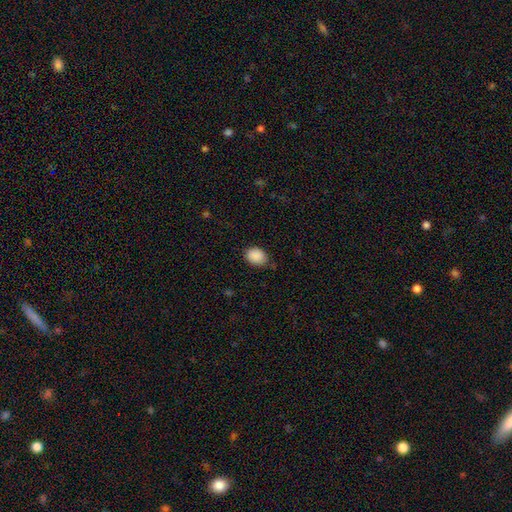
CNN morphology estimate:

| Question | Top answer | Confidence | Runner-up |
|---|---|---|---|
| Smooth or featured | smooth | 89% | star or artifact (8%) |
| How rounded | in between | 64% | round (35%) |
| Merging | none | 76% | minor disturbance (19%) |